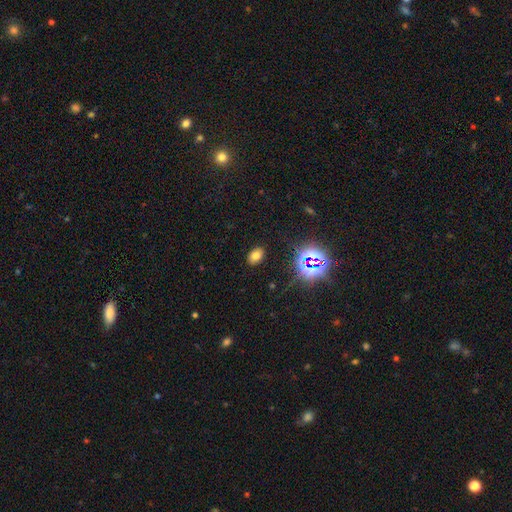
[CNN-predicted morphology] Smooth or featured? smooth (67%)
How rounded? in between (81%)
Merging? none (87%)